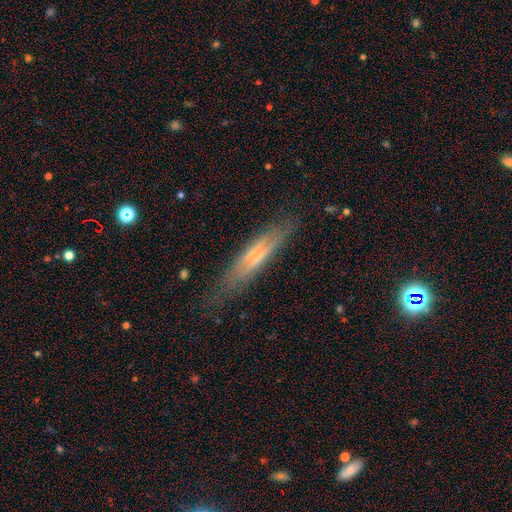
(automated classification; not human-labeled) Smooth or featured? featured or disk (50%)
Edge-on disk? yes (83%)
Merging? none (76%)